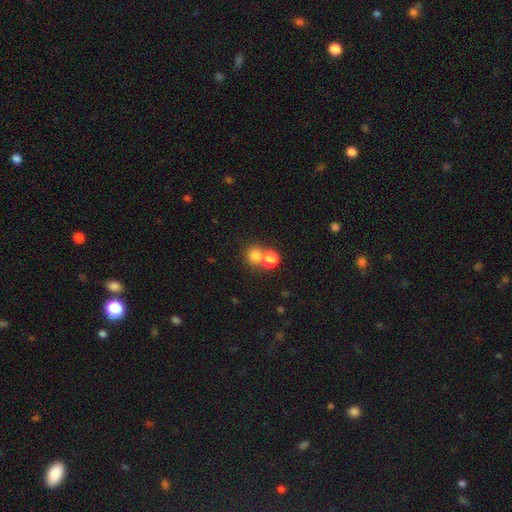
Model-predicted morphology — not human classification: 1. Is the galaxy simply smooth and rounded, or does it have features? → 77% smooth, 15% star or artifact, 8% featured or disk.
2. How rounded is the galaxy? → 85% round, 14% in between, 1% cigar-shaped.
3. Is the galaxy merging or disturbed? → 54% none, 36% merger, 7% minor disturbance, 3% major disturbance.